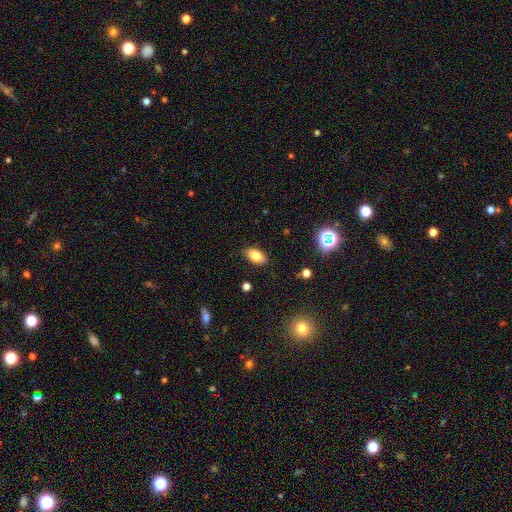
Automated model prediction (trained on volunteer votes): Morphology: type=smooth (79%); roundness=in between (91%); merging=none (86%).